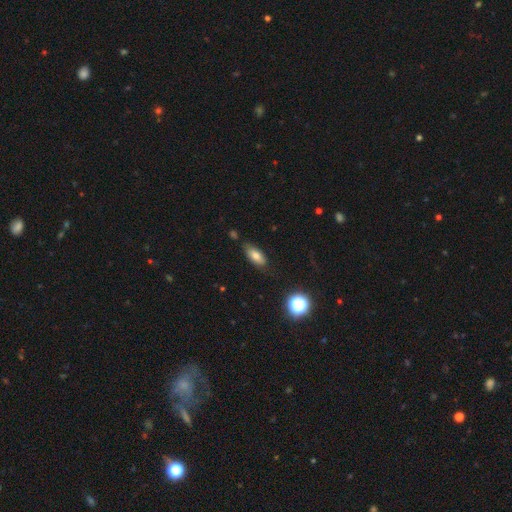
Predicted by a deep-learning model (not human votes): Q: Smooth or featured?
A: smooth (77%); runner-up: featured or disk (13%)
Q: How rounded?
A: in between (81%); runner-up: cigar-shaped (15%)
Q: Merging?
A: none (71%); runner-up: minor disturbance (21%)